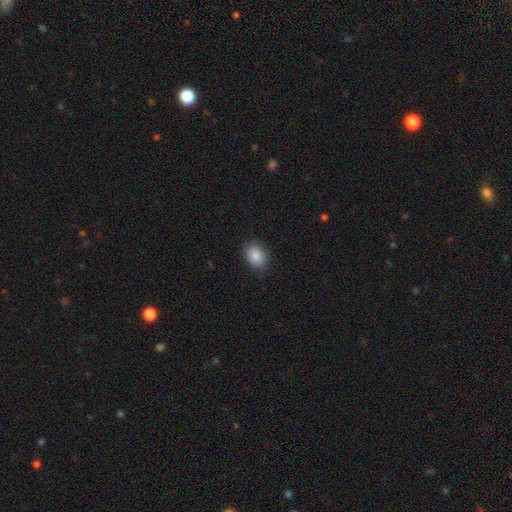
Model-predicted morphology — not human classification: smooth 89%, star or artifact 8%, featured or disk 4%. Down the decision tree: how rounded — in between (76%); merging — none (86%).